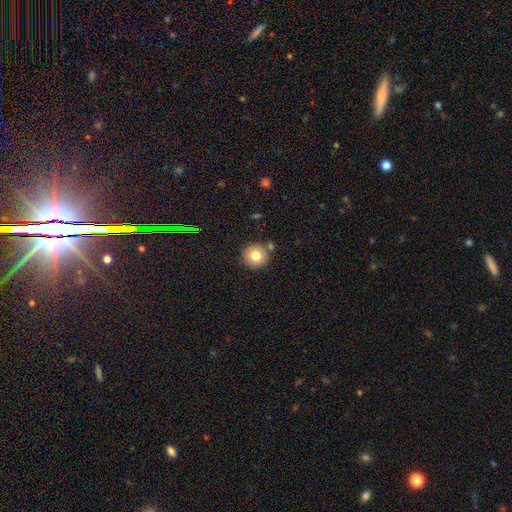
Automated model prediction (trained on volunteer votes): This is likely a smooth galaxy (79%). How rounded: clearly round (94%). Merging: clearly none (80%).